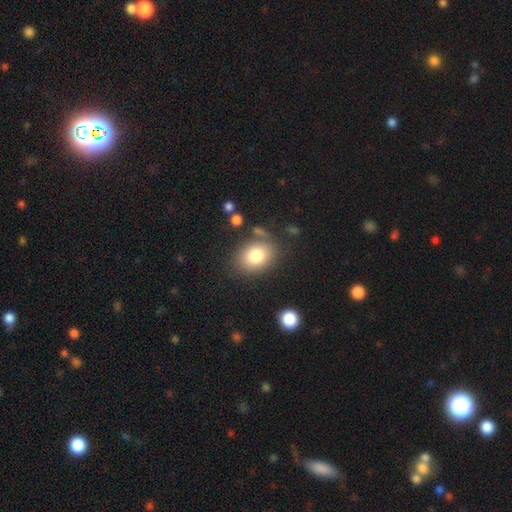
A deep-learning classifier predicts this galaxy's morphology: Smooth or featured?
  - smooth: 80% *
  - featured or disk: 11%
  - star or artifact: 10%
How rounded?
  - in between: 60% *
  - round: 39%
  - cigar-shaped: 1%
Merging?
  - none: 74% *
  - minor disturbance: 14%
  - merger: 6%
  - major disturbance: 5%